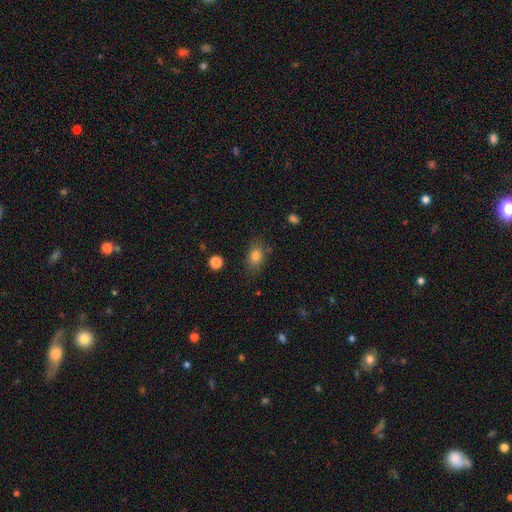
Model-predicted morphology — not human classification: Smooth or featured? Predicted: smooth (p=0.81). How rounded? Predicted: in between (p=0.76). Merging? Predicted: none (p=0.76).